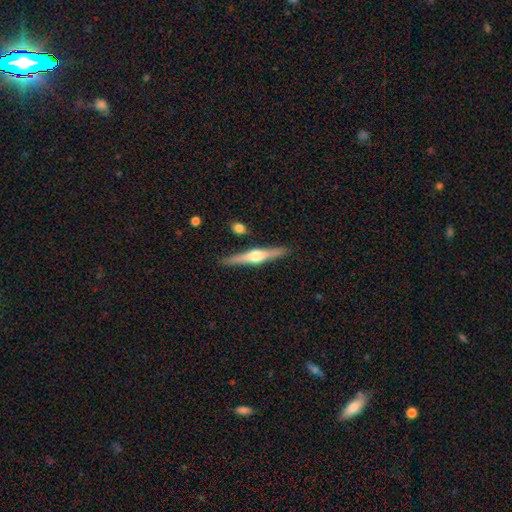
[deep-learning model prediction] Morphology: type=featured or disk (74%); edge-on=yes (98%); edge-on bulge=rounded (93%); merging=none (87%).